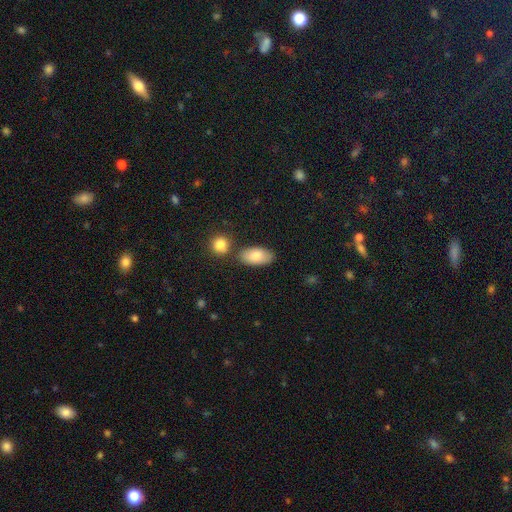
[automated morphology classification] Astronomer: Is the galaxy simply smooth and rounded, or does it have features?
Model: smooth — 83%.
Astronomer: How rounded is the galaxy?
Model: in between — 93%.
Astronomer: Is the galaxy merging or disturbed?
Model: none — 73%.